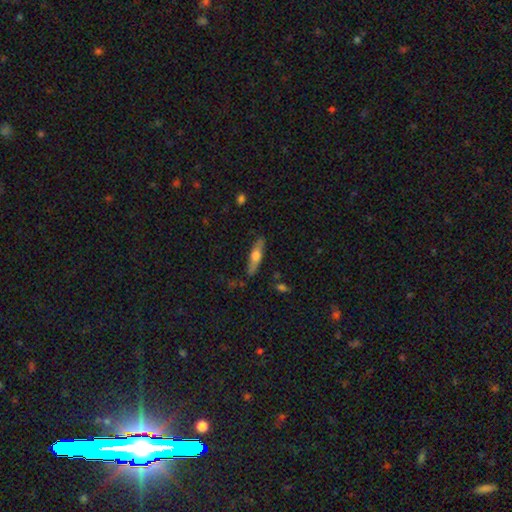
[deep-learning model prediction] Morphology: type=smooth (55%); roundness=cigar-shaped (70%); merging=none (83%).